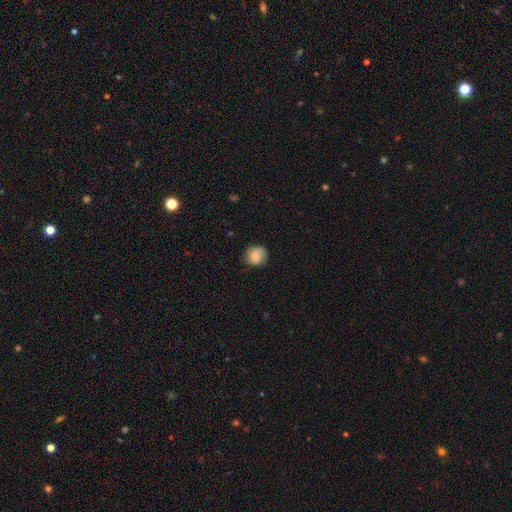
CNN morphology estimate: smooth 64%, featured or disk 27%, star or artifact 8%. Down the decision tree: how rounded — round (80%); merging — none (74%).